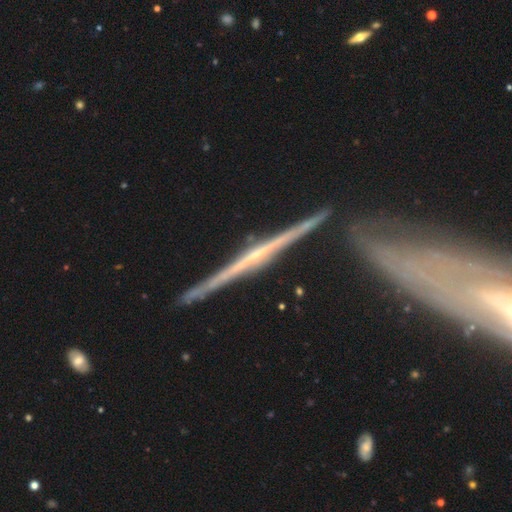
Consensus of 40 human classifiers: Overall: featured or disk (88%). Edge-on disk: yes (100%). Edge-on bulge: rounded (60%; boxy 20%). Merging: none (90%).